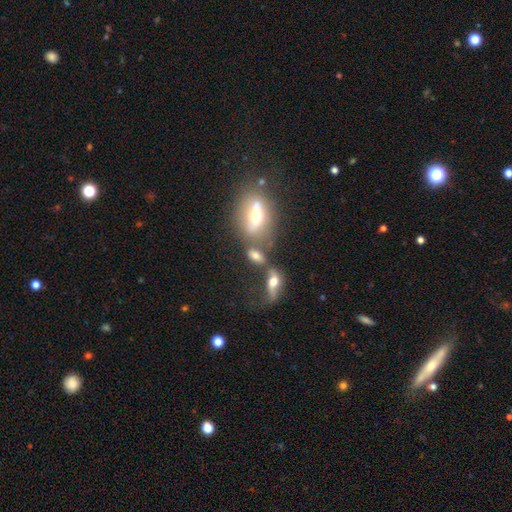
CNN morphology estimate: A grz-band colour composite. It shows a smooth galaxy with no disk features (61%) that is in between round and cigar-shaped (77%). Merging: none (38%, tied with merger).